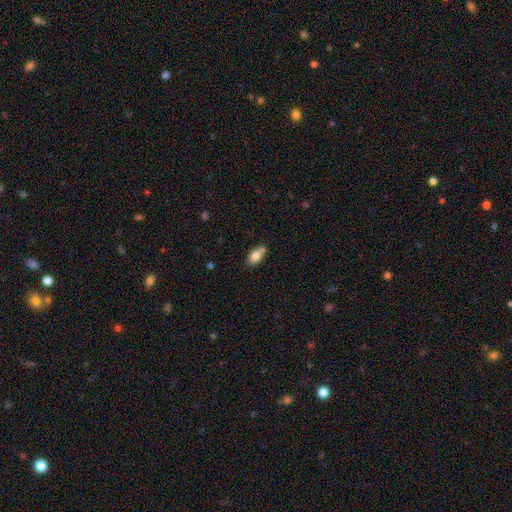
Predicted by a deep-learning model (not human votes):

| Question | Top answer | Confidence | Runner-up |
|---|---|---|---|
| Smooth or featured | smooth | 82% | featured or disk (10%) |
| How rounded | in between | 89% | round (6%) |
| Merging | none | 58% | minor disturbance (20%) |